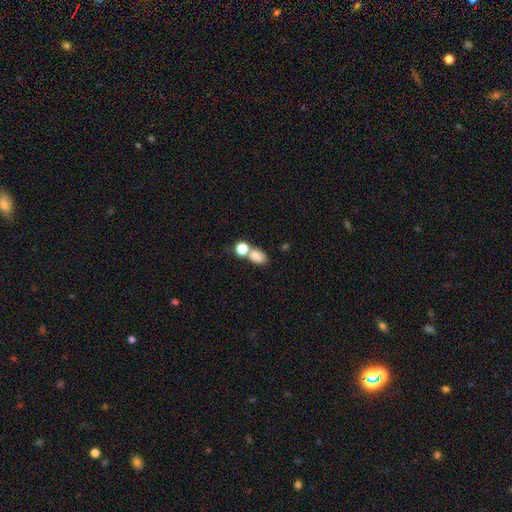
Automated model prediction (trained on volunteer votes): This appears to be a smooth galaxy with no disk features (81%) that is in between round and cigar-shaped (76%). Merging: none (43%).